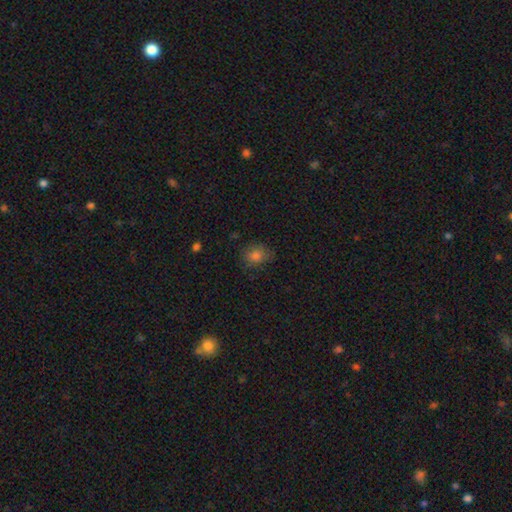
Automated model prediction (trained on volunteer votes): Smooth or featured?
  - smooth: 80% *
  - star or artifact: 14%
  - featured or disk: 7%
How rounded?
  - round: 60% *
  - in between: 39%
  - cigar-shaped: 1%
Merging?
  - none: 76% *
  - minor disturbance: 18%
  - major disturbance: 4%
  - merger: 1%